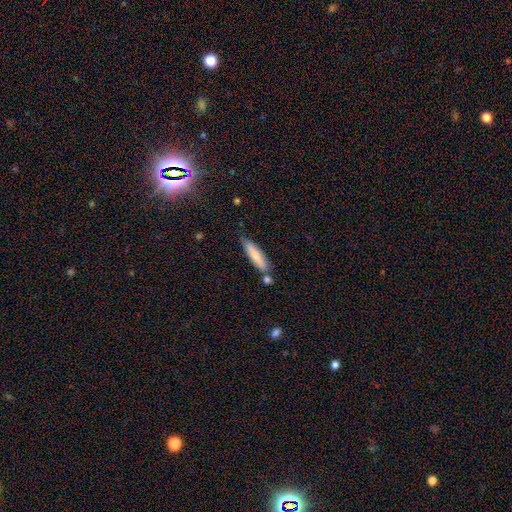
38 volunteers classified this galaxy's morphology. type=smooth (63%); roundness=cigar-shaped (88%); merging=none (67%).